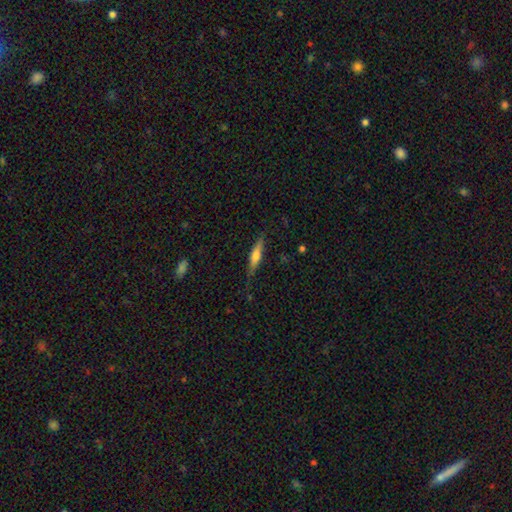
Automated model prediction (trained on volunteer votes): Overall: featured or disk (47%, tied with smooth). Merging: none (77%).